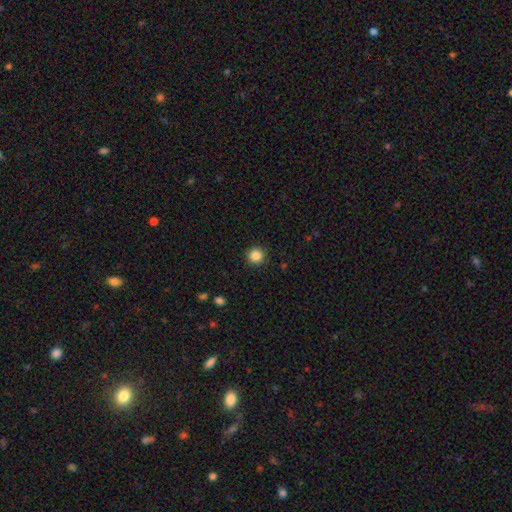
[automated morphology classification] smooth 85%, star or artifact 11%, featured or disk 4%. Down the decision tree: how rounded — round (95%); merging — none (92%).